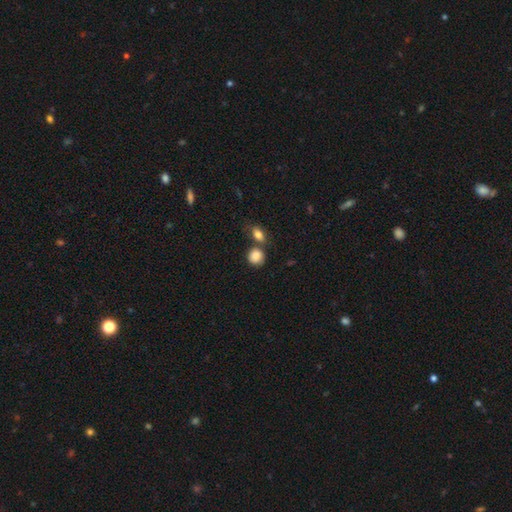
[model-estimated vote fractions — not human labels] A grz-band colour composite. It shows a smooth galaxy with no disk features (85%) that is round (77%). Merging: none (58%).